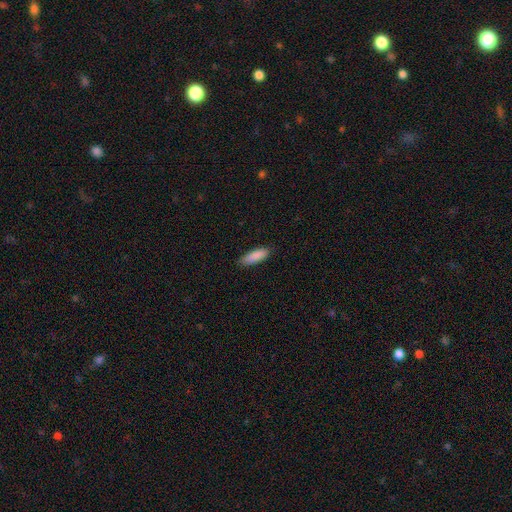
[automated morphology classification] This is clearly a smooth galaxy (88%). How rounded: possibly in between (54%). Merging: clearly none (83%).